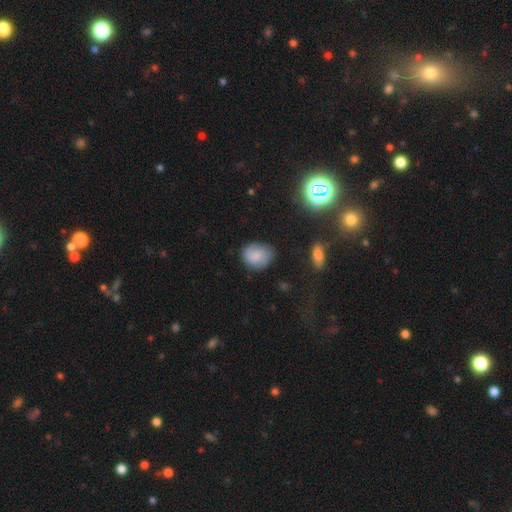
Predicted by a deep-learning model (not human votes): A smooth galaxy with no disk features (71%) that is round (53%). Merging: none (69%).